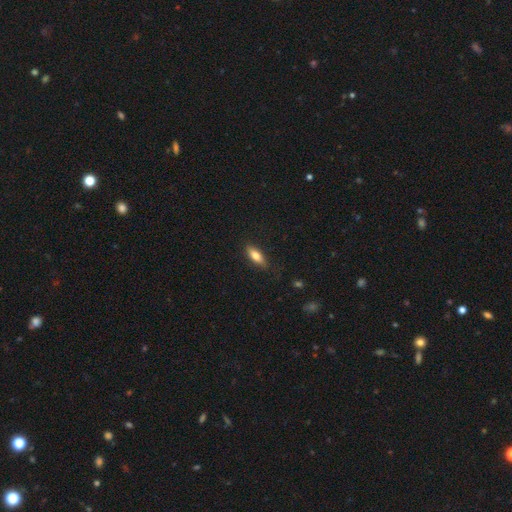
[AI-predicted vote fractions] Smooth or featured?
  - smooth: 74% *
  - featured or disk: 19%
  - star or artifact: 7%
How rounded?
  - in between: 63% *
  - cigar-shaped: 35%
  - round: 2%
Merging?
  - none: 83% *
  - minor disturbance: 13%
  - major disturbance: 3%
  - merger: 1%